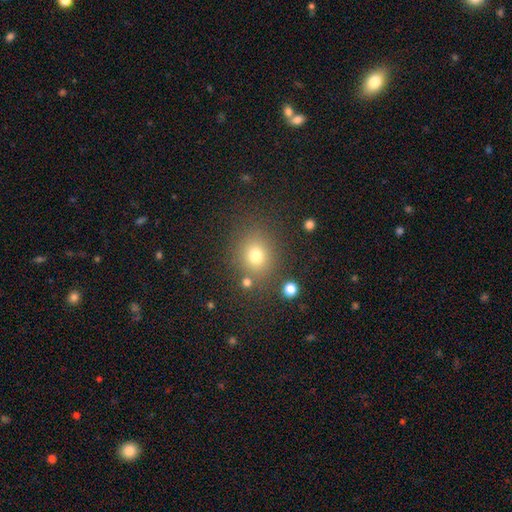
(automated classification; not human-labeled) This is likely a smooth galaxy (74%). How rounded: likely round (73%). Merging: likely none (79%).